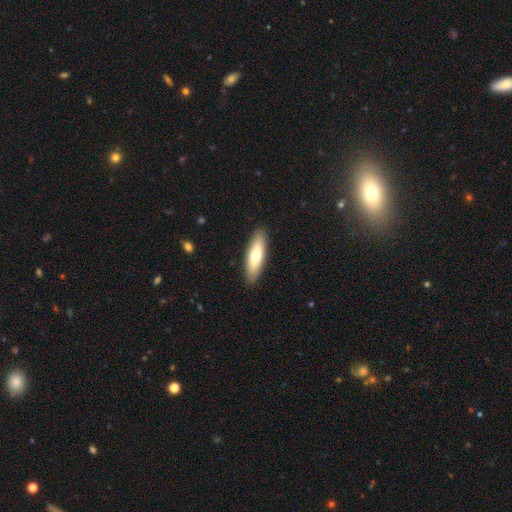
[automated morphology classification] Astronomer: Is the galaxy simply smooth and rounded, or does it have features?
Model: smooth — 67%.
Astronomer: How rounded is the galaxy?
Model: cigar-shaped — 55% (runner-up: in between, 43%).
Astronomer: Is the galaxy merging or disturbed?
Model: none — 90%.